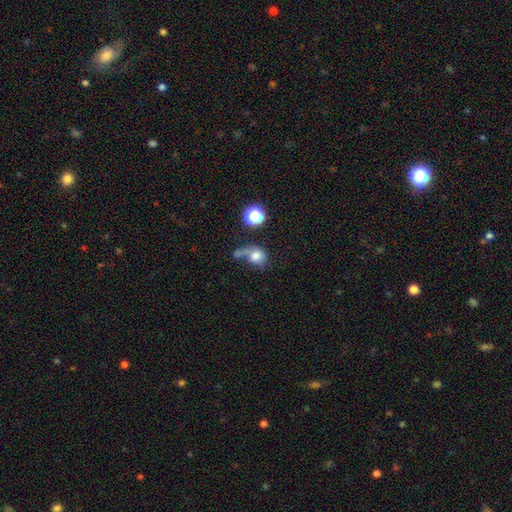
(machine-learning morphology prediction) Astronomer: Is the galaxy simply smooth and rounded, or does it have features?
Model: smooth — 70%.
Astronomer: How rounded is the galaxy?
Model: round — 62%.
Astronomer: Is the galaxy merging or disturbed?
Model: major disturbance — 31% (runner-up: none, 27%).